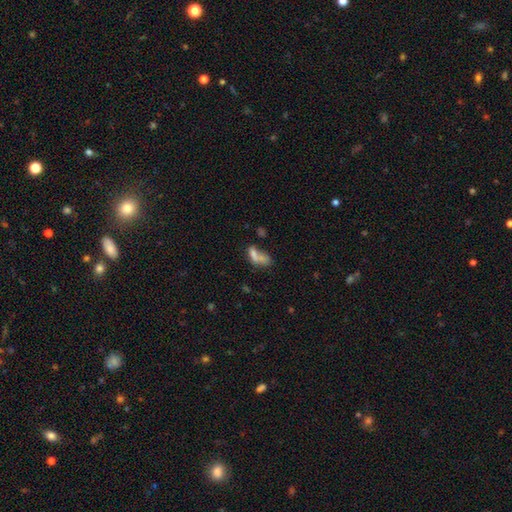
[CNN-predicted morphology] This is likely a smooth galaxy (66%). How rounded: likely in between (76%). Merging: possibly merger (50%).